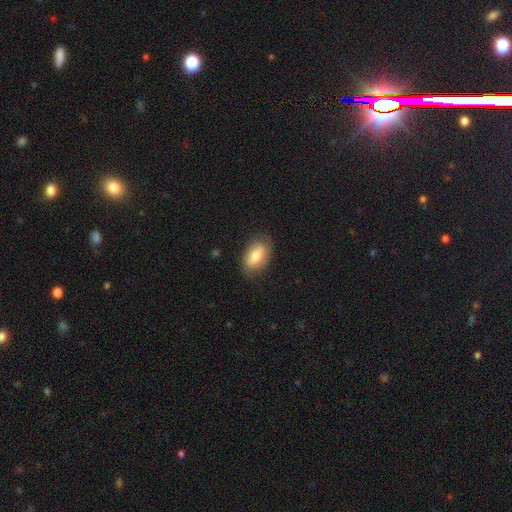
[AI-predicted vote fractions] A smooth galaxy with no disk features (71%) that is in between round and cigar-shaped (90%). Merging: none (78%).